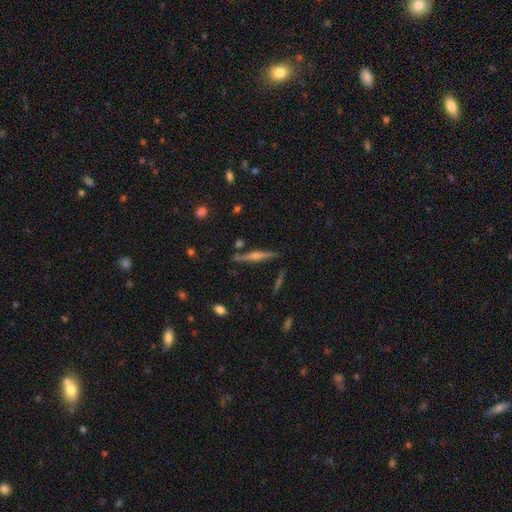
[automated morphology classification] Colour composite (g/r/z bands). It shows a featured or disk galaxy (72%) viewed edge-on (97%) with a rounded central bulge (81%). Merging: none (85%).